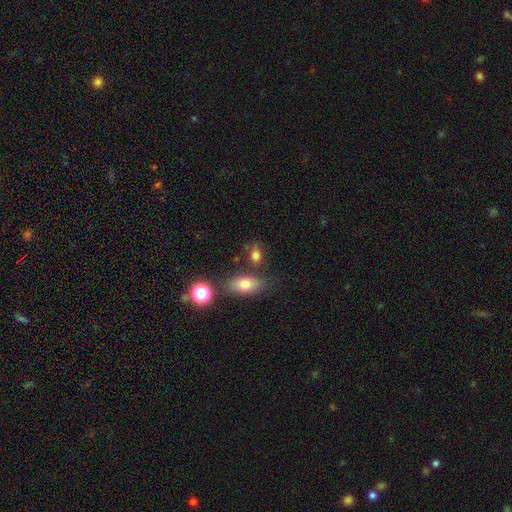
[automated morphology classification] smooth-or-featured: smooth: 76% | star or artifact: 13% | featured or disk: 11%
  how-rounded: in between: 71% | round: 25% | cigar-shaped: 4%
  merging: none: 65% | minor disturbance: 16% | merger: 12% | major disturbance: 6%